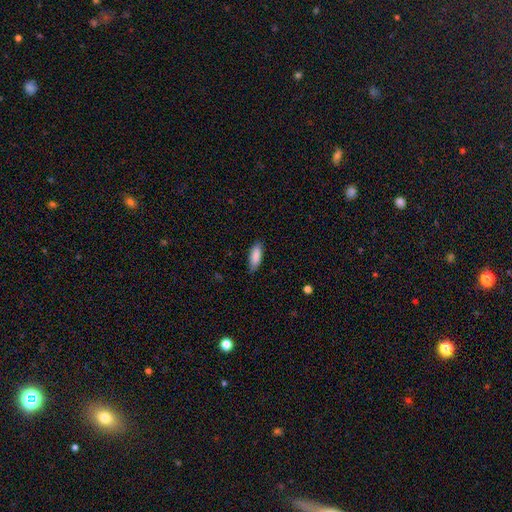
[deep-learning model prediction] This appears to be a smooth galaxy with no disk features (88%) that is in between round and cigar-shaped (71%). Merging: none (81%).